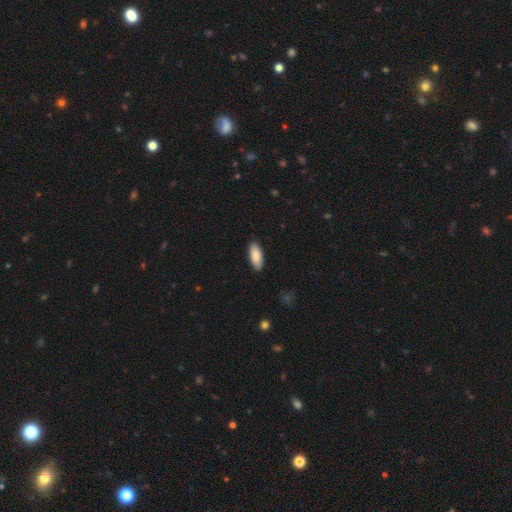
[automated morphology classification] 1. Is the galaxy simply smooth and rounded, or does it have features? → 88% smooth, 7% featured or disk, 6% star or artifact.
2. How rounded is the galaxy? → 78% in between, 20% cigar-shaped, 2% round.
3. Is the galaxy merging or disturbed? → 90% none, 8% minor disturbance, 2% major disturbance, 1% merger.